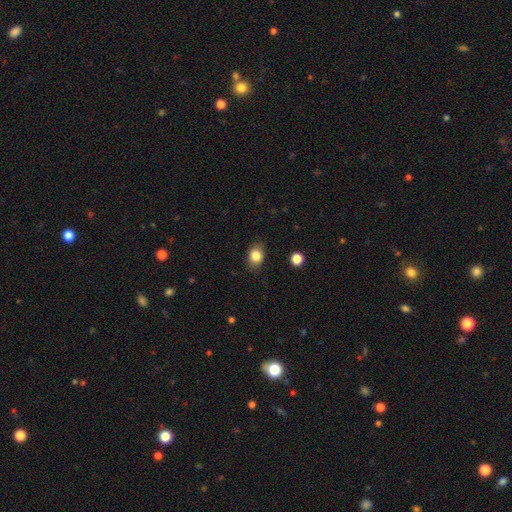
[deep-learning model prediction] This is clearly a smooth galaxy (83%). How rounded: likely in between (64%). Merging: clearly none (81%).